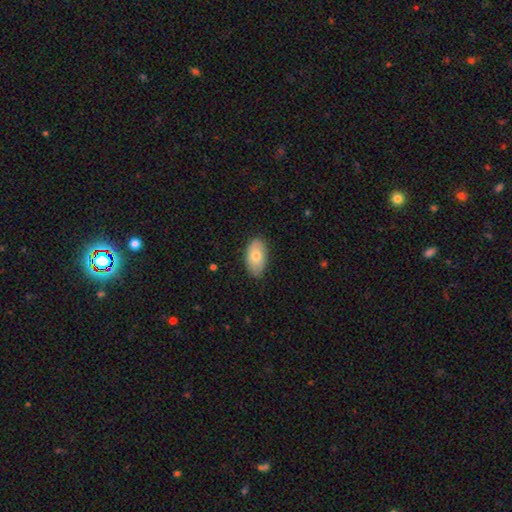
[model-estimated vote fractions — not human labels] This is likely a smooth galaxy (75%). How rounded: clearly in between (93%). Merging: likely none (79%).